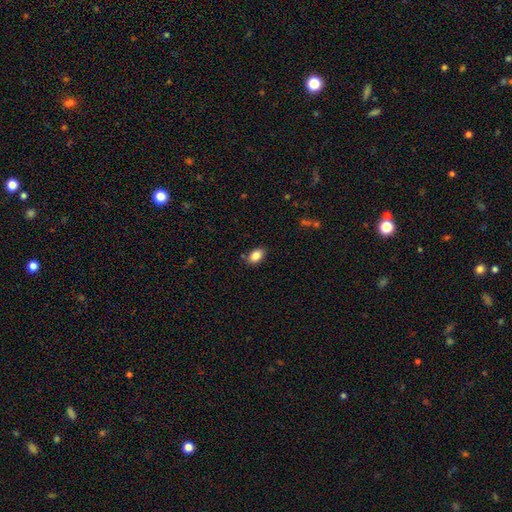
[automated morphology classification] Smooth or featured? smooth (86%)
How rounded? in between (88%)
Merging? none (84%)